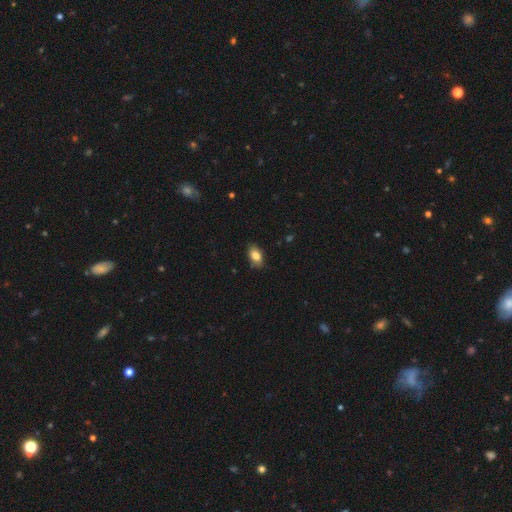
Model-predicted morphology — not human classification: type=smooth (83%); roundness=in between (89%); merging=none (83%).